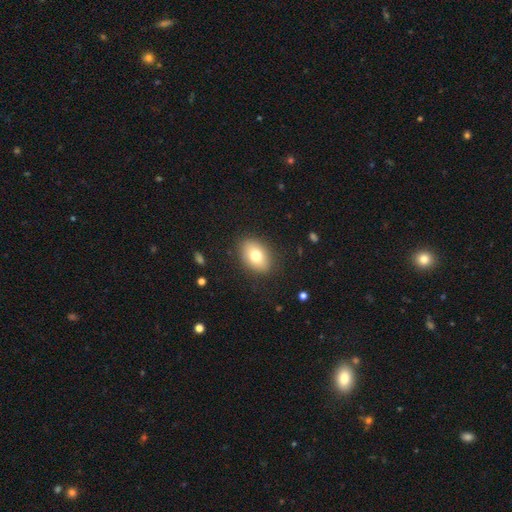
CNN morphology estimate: This is likely a smooth galaxy (76%). How rounded: clearly in between (81%). Merging: clearly none (86%).